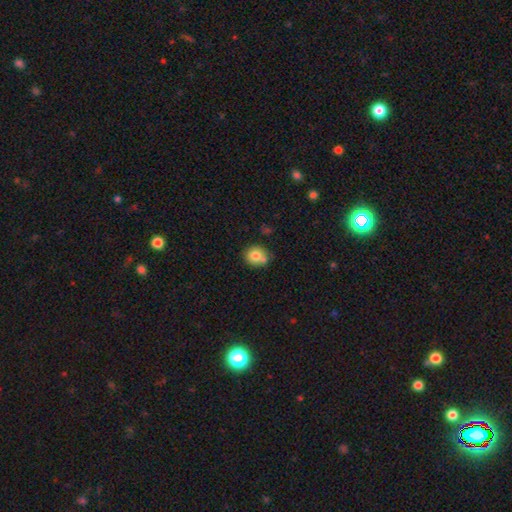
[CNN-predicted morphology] smooth-or-featured: smooth: 78% | featured or disk: 12% | star or artifact: 10%
  how-rounded: round: 74% | in between: 25% | cigar-shaped: 1%
  merging: none: 61% | minor disturbance: 18% | merger: 17% | major disturbance: 4%